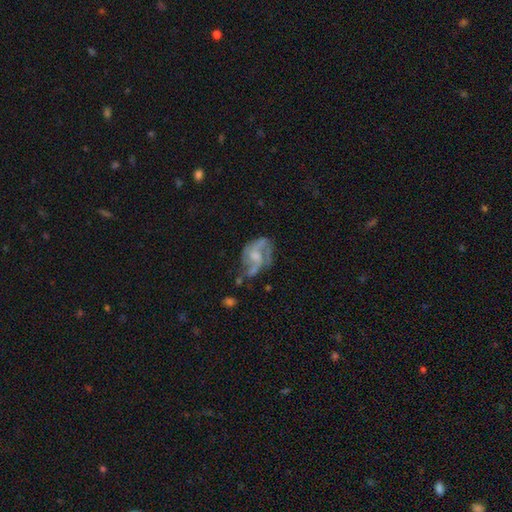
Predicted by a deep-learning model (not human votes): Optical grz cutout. It shows a featured or disk galaxy (78%) with no bar (58%), 3 (34%, tied with 2) medium (49%) spiral arms (86%) and a moderate central bulge (39%). Merging: none (46%).